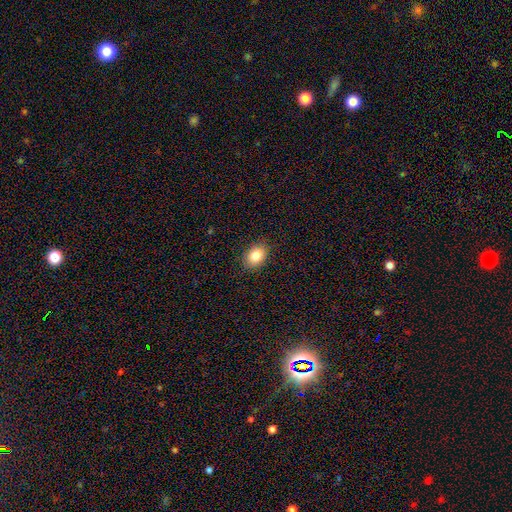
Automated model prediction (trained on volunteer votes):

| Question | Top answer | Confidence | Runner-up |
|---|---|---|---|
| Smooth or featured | smooth | 84% | star or artifact (9%) |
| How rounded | in between | 77% | round (22%) |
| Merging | none | 88% | minor disturbance (9%) |